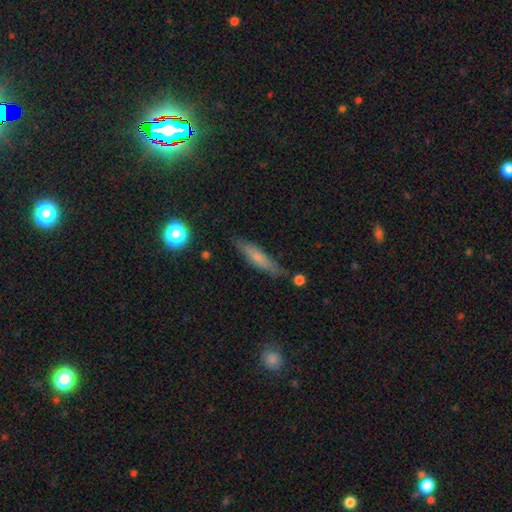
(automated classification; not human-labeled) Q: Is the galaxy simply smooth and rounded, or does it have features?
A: smooth — 60%.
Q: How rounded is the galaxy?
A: cigar-shaped — 83%.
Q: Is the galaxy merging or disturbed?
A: none — 83%.